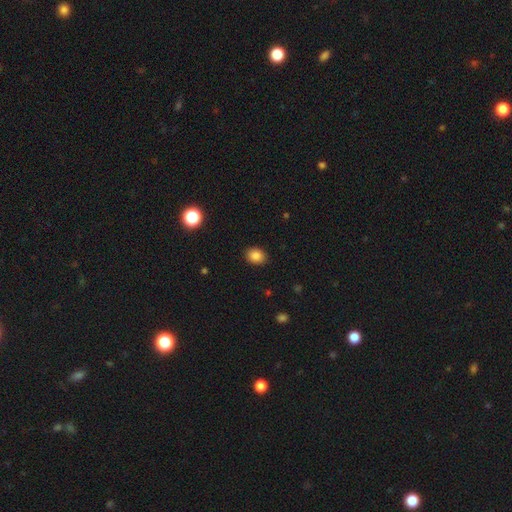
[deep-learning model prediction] smooth 86%, star or artifact 10%, featured or disk 4%. Down the decision tree: how rounded — in between (53%); merging — none (88%).